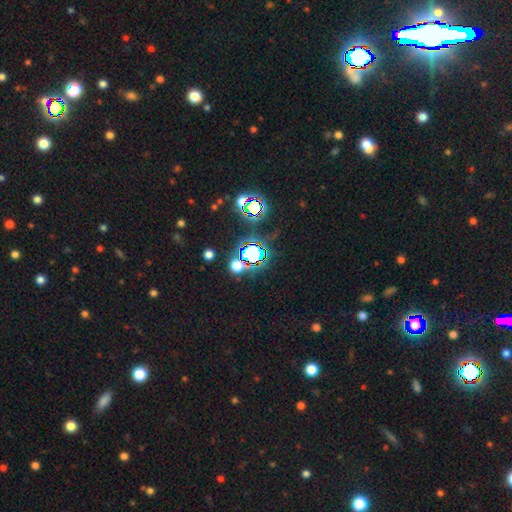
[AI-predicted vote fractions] The model was most divided on "smooth or featured": star or artifact: 72%, smooth: 18%, featured or disk: 9%.